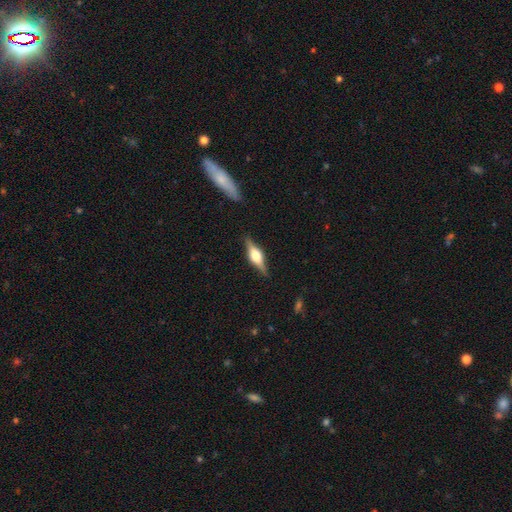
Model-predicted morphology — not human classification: smooth_or_featured: featured or disk (p=0.73) [alt: smooth p=0.21]
disk_edge_on: yes (p=0.97) [alt: no p=0.03]
edge_on_bulge: rounded (p=0.89) [alt: boxy p=0.09]
merging: none (p=0.87) [alt: minor disturbance p=0.09]